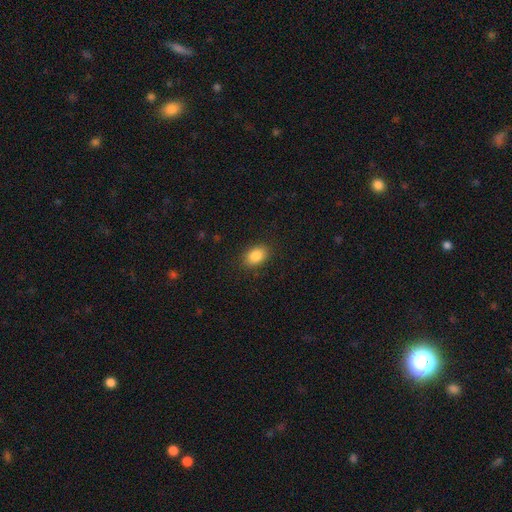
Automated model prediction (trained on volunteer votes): Smooth or featured: smooth — 86% (star or artifact — 8%)
How rounded: in between — 80% (round — 19%)
Merging: none — 87% (minor disturbance — 9%)